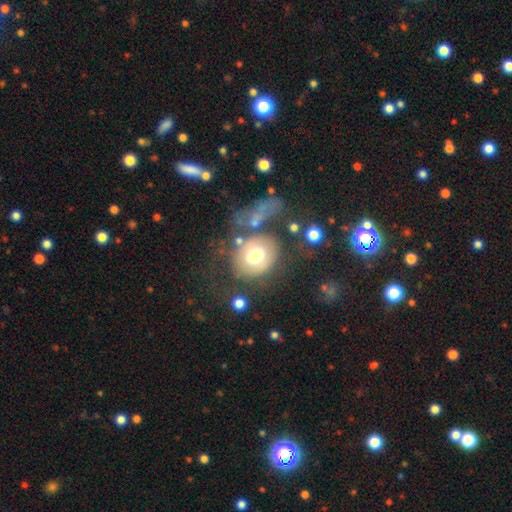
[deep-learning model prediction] smooth_or_featured: smooth (p=0.60) [alt: featured or disk p=0.31]
how_rounded: round (p=0.64) [alt: in between p=0.35]
merging: none (p=0.54) [alt: major disturbance p=0.19]